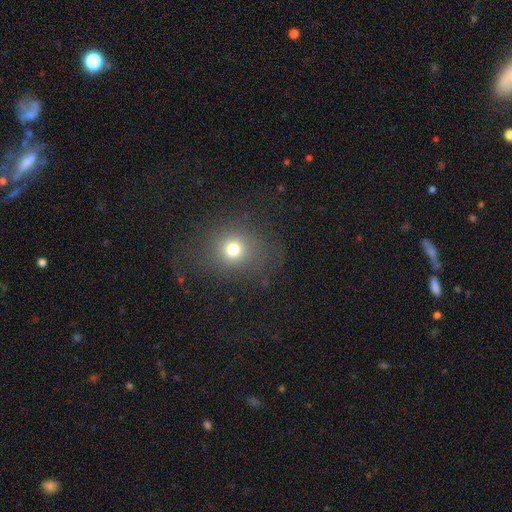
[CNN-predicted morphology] Smooth or featured? smooth (61%)
How rounded? round (77%)
Merging? none (72%)